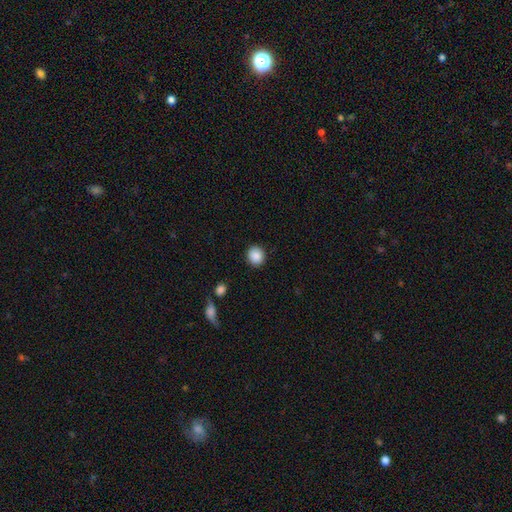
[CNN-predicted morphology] This is clearly a smooth galaxy (88%). How rounded: clearly round (83%). Merging: clearly none (90%).